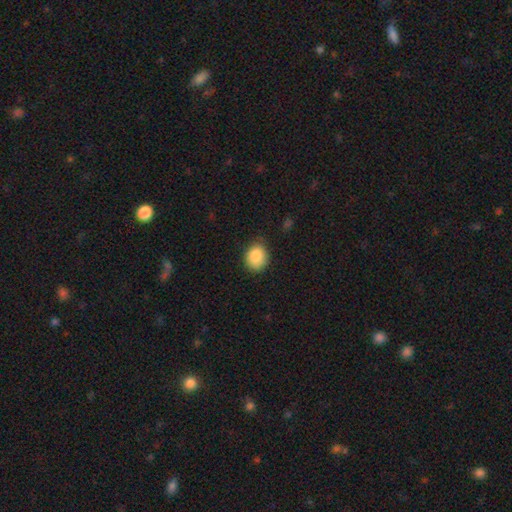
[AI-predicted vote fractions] Overall: smooth (86%). How rounded: round (61%; in between 38%). Merging: none (77%).